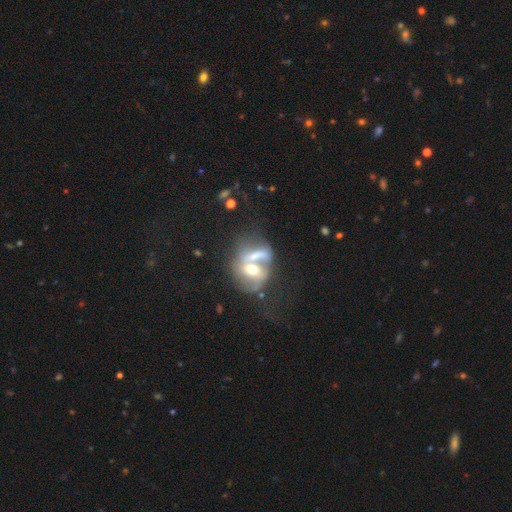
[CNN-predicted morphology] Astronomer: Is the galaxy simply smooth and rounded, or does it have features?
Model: featured or disk — 50% (runner-up: smooth, 41%).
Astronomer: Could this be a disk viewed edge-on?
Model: no — 92%.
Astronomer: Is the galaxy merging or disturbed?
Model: merger — 63%.